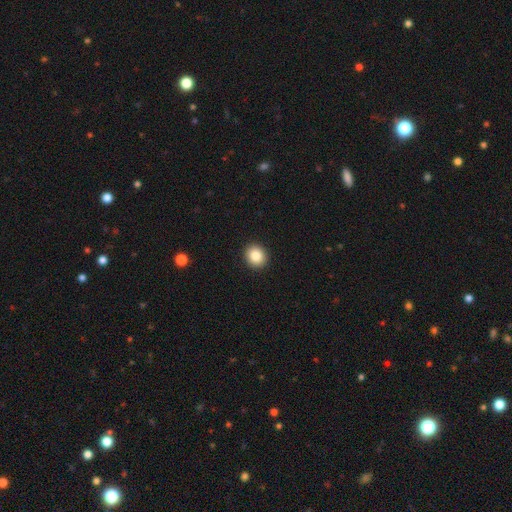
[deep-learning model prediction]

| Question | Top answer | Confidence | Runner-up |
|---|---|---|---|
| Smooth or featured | smooth | 86% | star or artifact (9%) |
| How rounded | round | 80% | in between (19%) |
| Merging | none | 93% | minor disturbance (5%) |